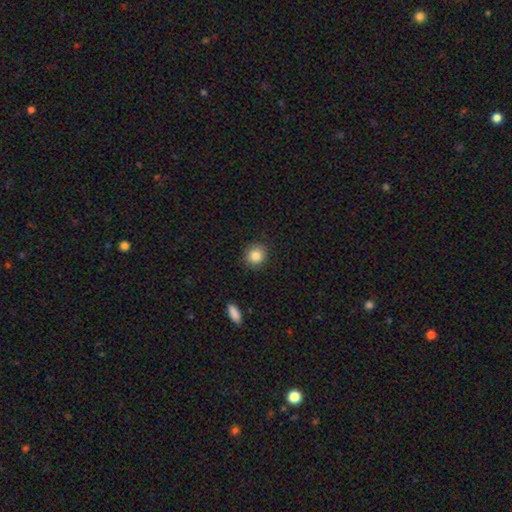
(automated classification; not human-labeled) Morphology: type=smooth (84%); roundness=round (87%); merging=none (89%).